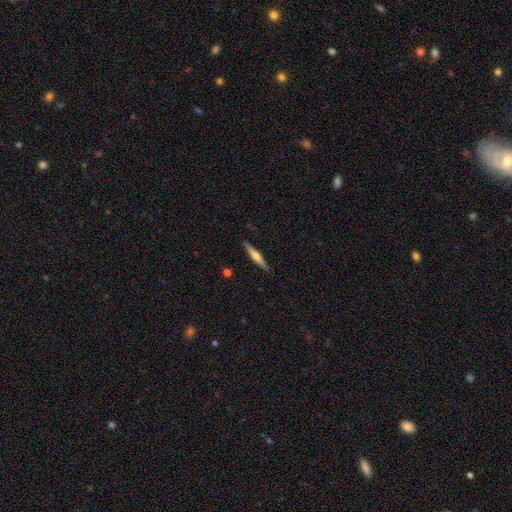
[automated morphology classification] Smooth or featured: featured or disk — 66% (smooth — 28%)
Edge-on disk: yes — 98% (no — 2%)
Edge-on bulge: rounded — 83% (boxy — 11%)
Merging: none — 91% (minor disturbance — 7%)